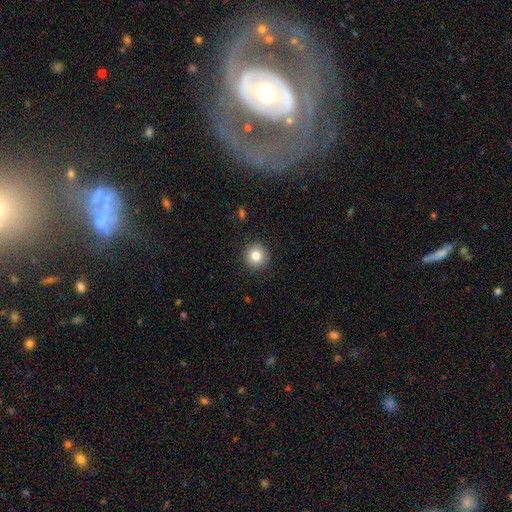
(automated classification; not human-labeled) A smooth galaxy with no disk features (83%) that is round (93%).

Vote fractions:
- Smooth or featured? smooth: 83% / star or artifact: 10% / featured or disk: 7%
- How rounded? round: 93% / in between: 6% / cigar-shaped: 1%
- Merging? none: 91% / minor disturbance: 6% / major disturbance: 2% / merger: 1%